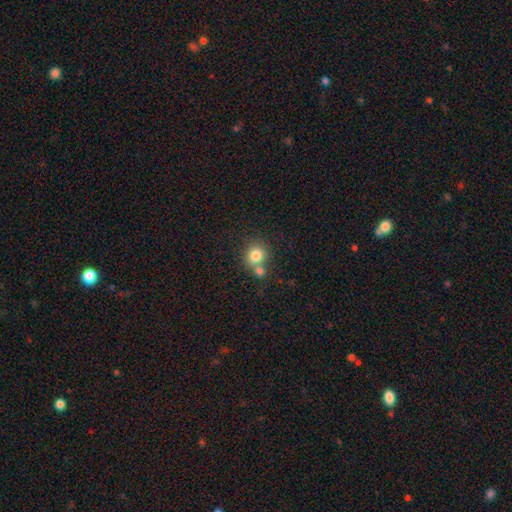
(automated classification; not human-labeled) Smooth or featured?
  - smooth: 80% *
  - star or artifact: 11%
  - featured or disk: 9%
How rounded?
  - round: 85% *
  - in between: 14%
  - cigar-shaped: 1%
Merging?
  - none: 53% *
  - merger: 36%
  - minor disturbance: 8%
  - major disturbance: 3%